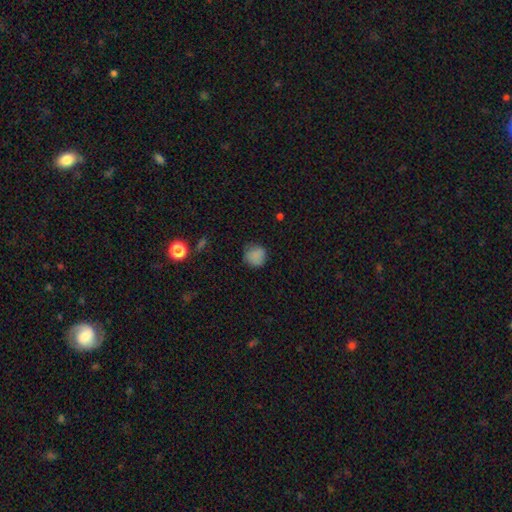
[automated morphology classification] smooth-or-featured: smooth: 83% | star or artifact: 11% | featured or disk: 6%
  how-rounded: round: 86% | in between: 13% | cigar-shaped: 1%
  merging: none: 75% | minor disturbance: 19% | major disturbance: 4% | merger: 1%